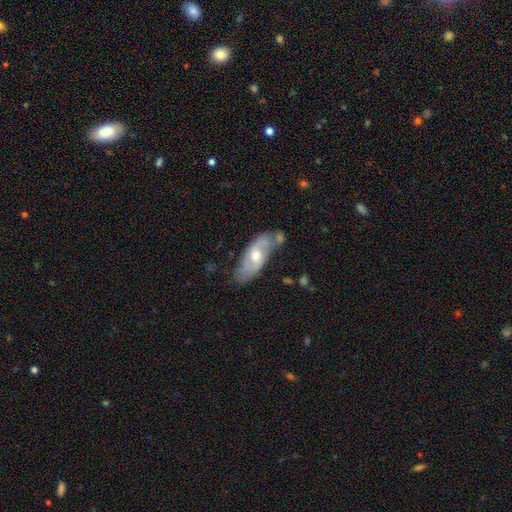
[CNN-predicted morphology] A featured or disk galaxy (63%) with no bar (60%), spiral arms (72%) and a moderate central bulge (74%).

Vote fractions:
- Smooth or featured? featured or disk: 63% / smooth: 31% / star or artifact: 6%
- Edge-on disk? no: 82% / yes: 18%
- Bar? no: 60% / weak: 32% / strong: 7%
- Spiral arms? yes: 72% / no: 28%
- Bulge size? moderate: 74% / small: 17% / large: 8% / none: 1% / dominant: 1%
- Merging? none: 56% / minor disturbance: 25% / merger: 11% / major disturbance: 8%